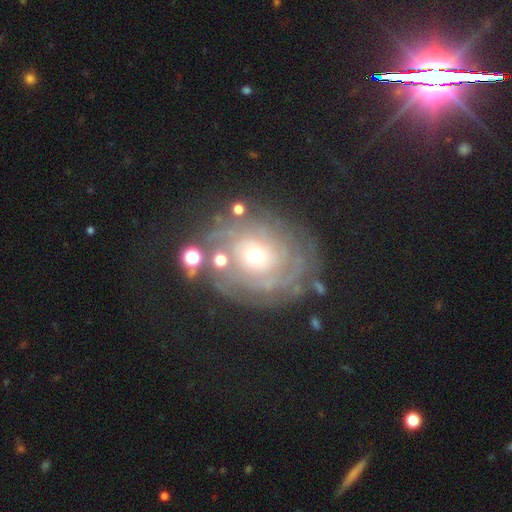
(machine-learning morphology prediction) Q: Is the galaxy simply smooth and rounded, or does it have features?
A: featured or disk — 76%.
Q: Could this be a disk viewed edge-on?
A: no — 96%.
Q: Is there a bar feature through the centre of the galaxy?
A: no — 81%.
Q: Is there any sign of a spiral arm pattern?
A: yes — 87%.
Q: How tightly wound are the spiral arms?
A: tight — 76%.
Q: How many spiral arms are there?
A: can't tell — 49%.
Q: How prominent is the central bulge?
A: small — 52%.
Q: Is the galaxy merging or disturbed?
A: none — 71%.